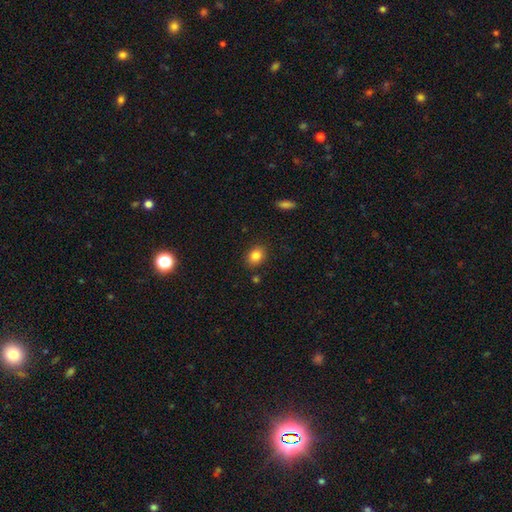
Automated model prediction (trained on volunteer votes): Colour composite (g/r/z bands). It shows a smooth galaxy with no disk features (84%) that is in between round and cigar-shaped (56%). Merging: none (86%).